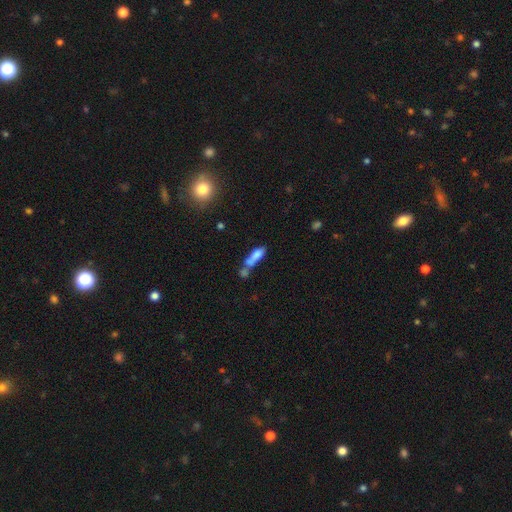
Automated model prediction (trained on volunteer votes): Smooth or featured? smooth (69%)
How rounded? in between (51%)
Merging? merger (47%)